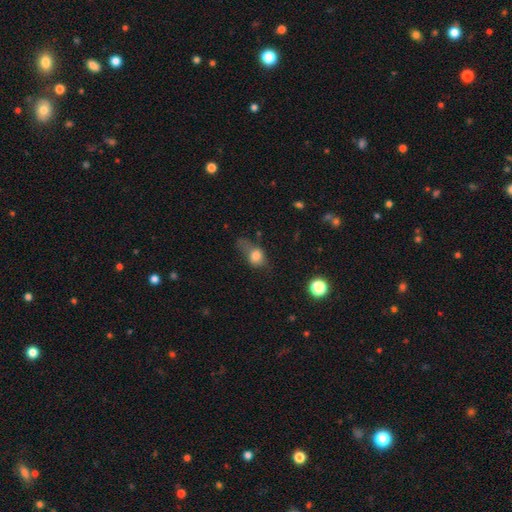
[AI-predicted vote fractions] Morphology: type=smooth (73%); roundness=in between (57%); merging=major disturbance (36%).